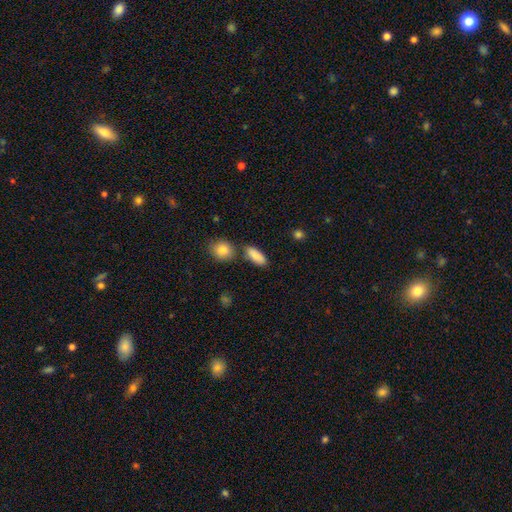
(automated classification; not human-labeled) This appears to be a smooth galaxy with no disk features (87%) that is in between round and cigar-shaped (78%). Merging: none (76%).